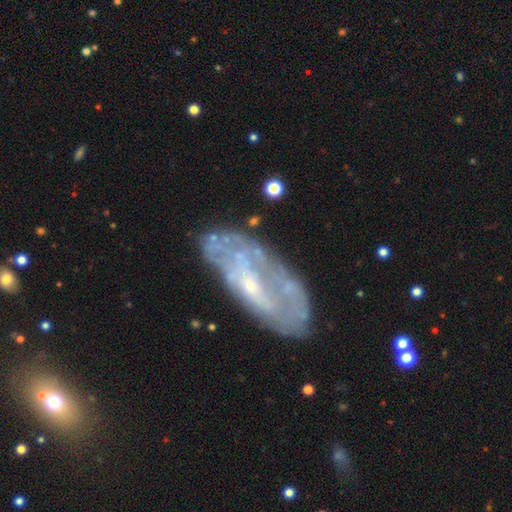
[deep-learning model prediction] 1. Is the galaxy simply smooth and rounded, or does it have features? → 68% featured or disk, 24% smooth, 8% star or artifact.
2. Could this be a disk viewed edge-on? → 88% no, 12% yes.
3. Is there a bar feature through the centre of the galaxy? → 64% no, 27% weak, 8% strong.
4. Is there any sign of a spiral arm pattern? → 55% no, 45% yes.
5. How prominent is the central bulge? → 68% small, 19% moderate, 10% none, 1% large, 1% dominant.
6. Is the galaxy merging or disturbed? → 62% none, 22% minor disturbance, 12% major disturbance, 4% merger.